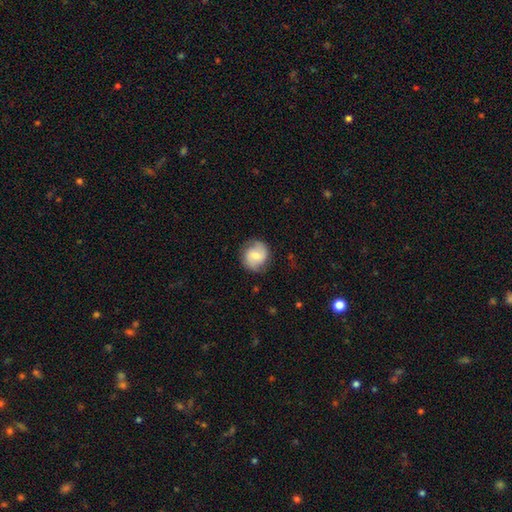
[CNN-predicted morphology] type=smooth (50%); merging=none (79%).